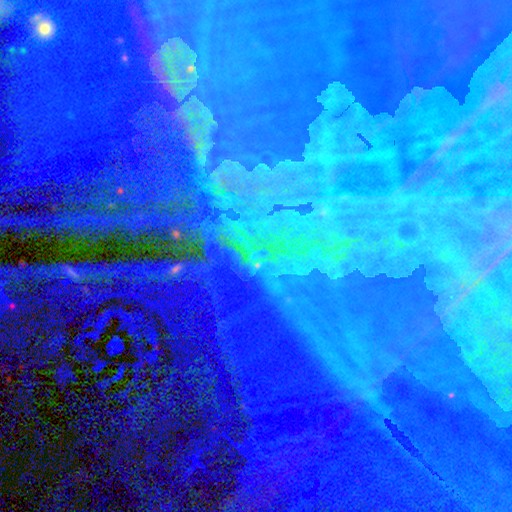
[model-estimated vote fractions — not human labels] A star or artifact, not a galaxy (84%).

Vote fractions:
- Smooth or featured? star or artifact: 84% / featured or disk: 10% / smooth: 7%